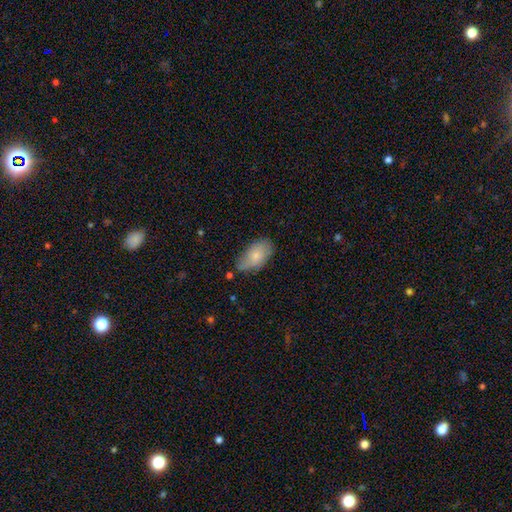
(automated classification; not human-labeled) The model was most divided on "merging": none: 58%, minor disturbance: 31%, major disturbance: 8%, merger: 3%. More confident: how rounded — in between (93%); smooth or featured — smooth (70%).